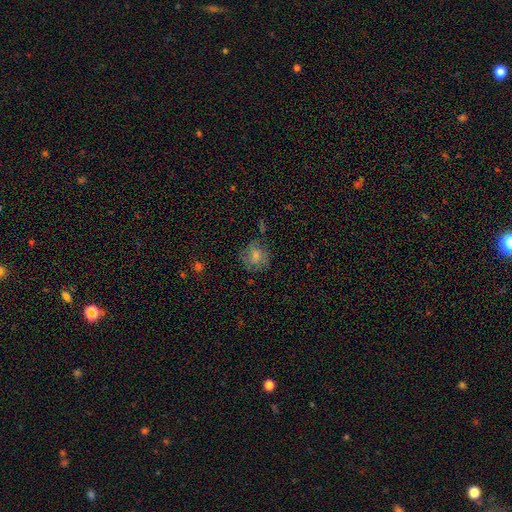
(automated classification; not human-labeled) A smooth galaxy with no disk features (65%) that is round (79%). Merging: none (66%).